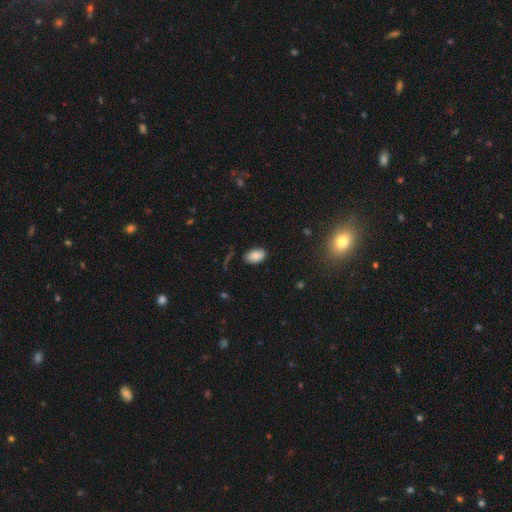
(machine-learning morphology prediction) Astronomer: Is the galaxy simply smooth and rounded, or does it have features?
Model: smooth — 80%.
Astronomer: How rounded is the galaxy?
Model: in between — 92%.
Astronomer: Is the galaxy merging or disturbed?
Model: none — 75%.